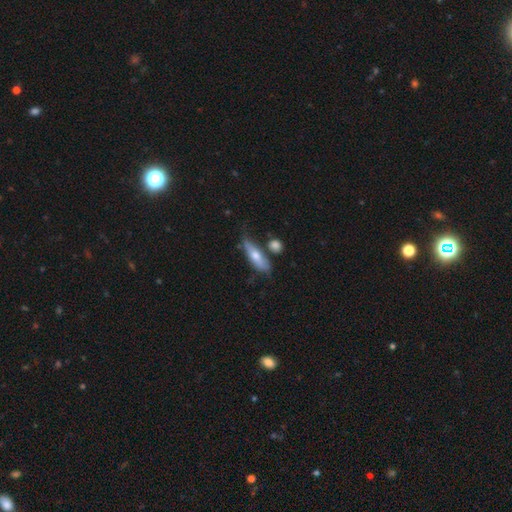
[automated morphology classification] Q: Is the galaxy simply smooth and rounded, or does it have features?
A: smooth — 59%.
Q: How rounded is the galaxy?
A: cigar-shaped — 56%.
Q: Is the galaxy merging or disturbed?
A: none — 60%.